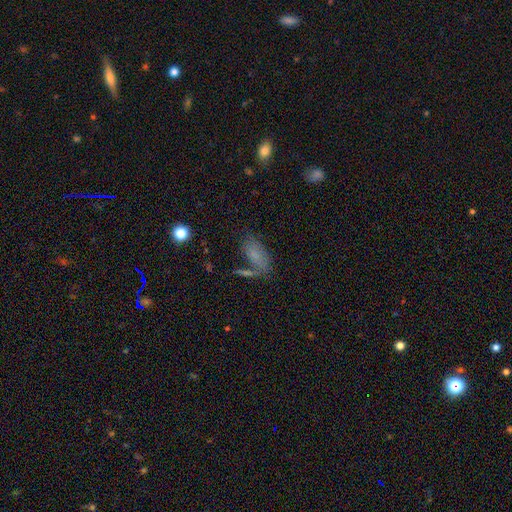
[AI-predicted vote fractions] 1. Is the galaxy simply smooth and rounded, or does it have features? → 68% smooth, 19% featured or disk, 14% star or artifact.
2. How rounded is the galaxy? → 82% in between, 13% cigar-shaped, 5% round.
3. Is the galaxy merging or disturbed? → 54% none, 19% minor disturbance, 18% merger, 10% major disturbance.